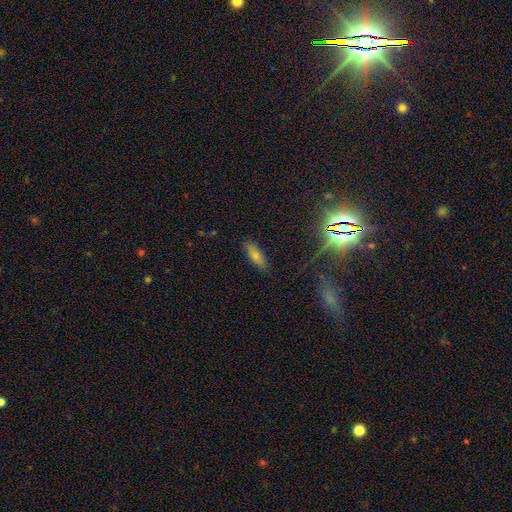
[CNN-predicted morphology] Smooth or featured? smooth (65%)
How rounded? in between (70%)
Merging? none (85%)